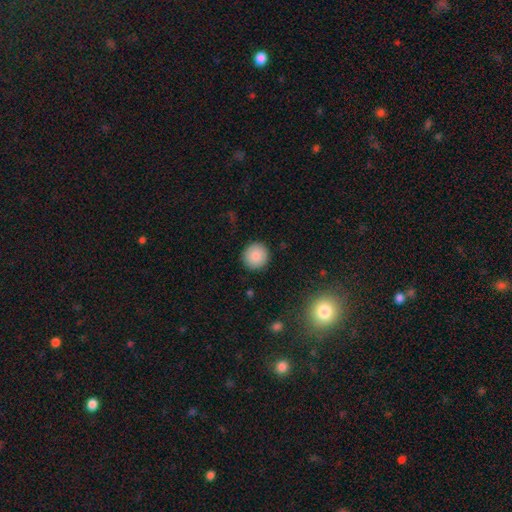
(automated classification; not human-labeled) A smooth galaxy with no disk features (86%) that is round (95%). Merging: none (91%).